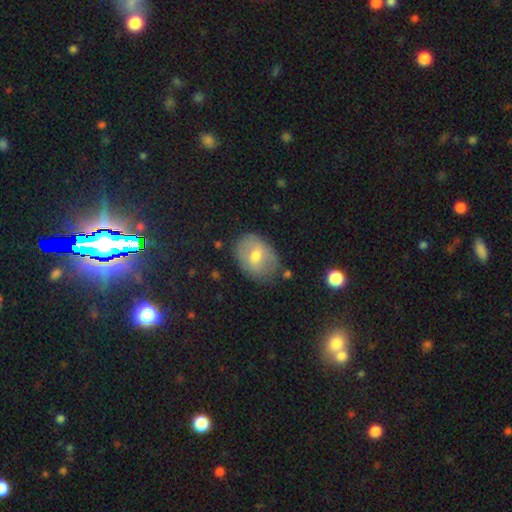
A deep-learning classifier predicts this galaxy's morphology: Q: Smooth or featured?
A: smooth (59%); runner-up: featured or disk (32%)
Q: How rounded?
A: in between (68%); runner-up: round (31%)
Q: Merging?
A: none (73%); runner-up: minor disturbance (19%)